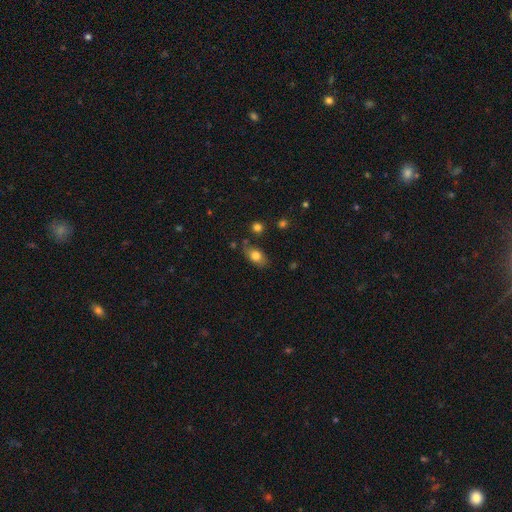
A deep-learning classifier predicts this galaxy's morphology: The model was most divided on "merging": none: 72%, minor disturbance: 19%, merger: 5%, major disturbance: 4%. More confident: how rounded — in between (82%); smooth or featured — smooth (78%).